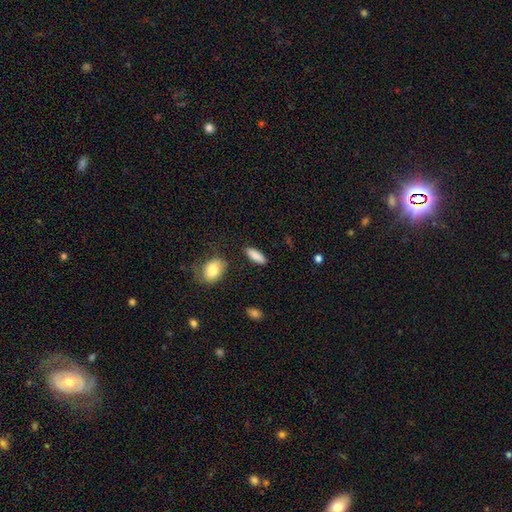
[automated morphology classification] smooth 87%, featured or disk 7%, star or artifact 6%. Down the decision tree: how rounded — in between (59%); merging — none (86%).